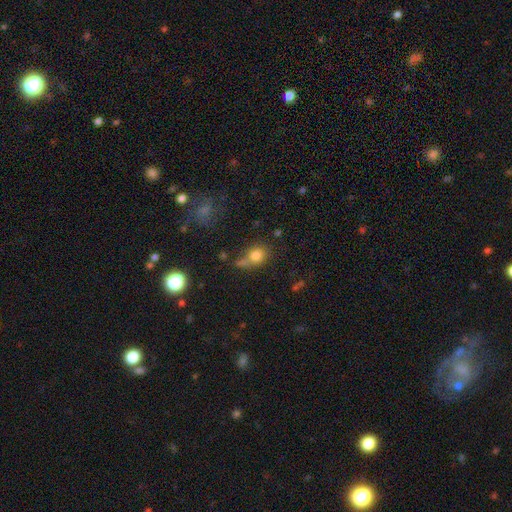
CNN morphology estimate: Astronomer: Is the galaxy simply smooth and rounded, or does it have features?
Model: smooth — 78%.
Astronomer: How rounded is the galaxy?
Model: round — 62%.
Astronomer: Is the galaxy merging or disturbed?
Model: none — 52%.